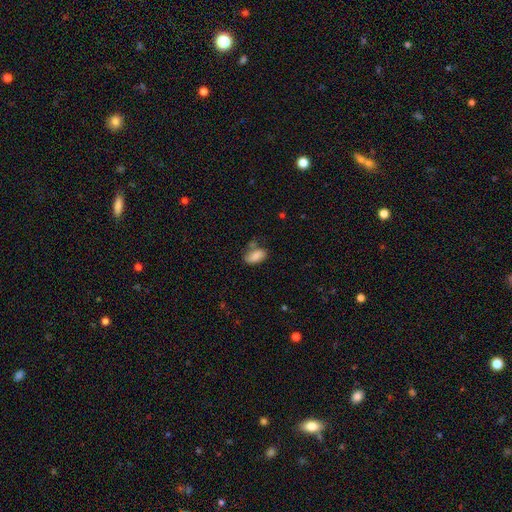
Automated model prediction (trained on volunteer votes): smooth_or_featured: smooth (p=0.85) [alt: star or artifact p=0.08]
how_rounded: in between (p=0.91) [alt: cigar-shaped p=0.04]
merging: none (p=0.58) [alt: minor disturbance p=0.23]